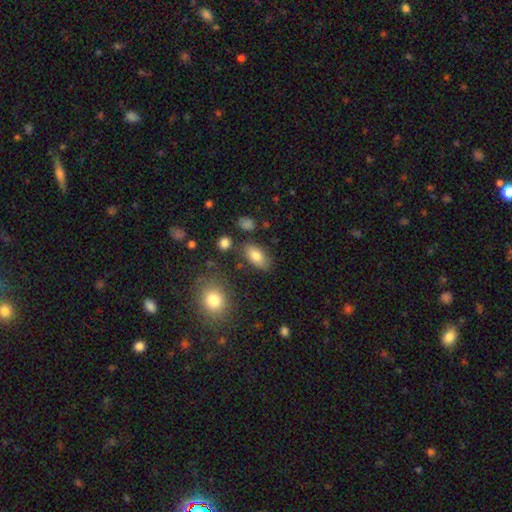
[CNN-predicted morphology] smooth 81%, featured or disk 11%, star or artifact 8%. Down the decision tree: how rounded — in between (90%); merging — none (78%).